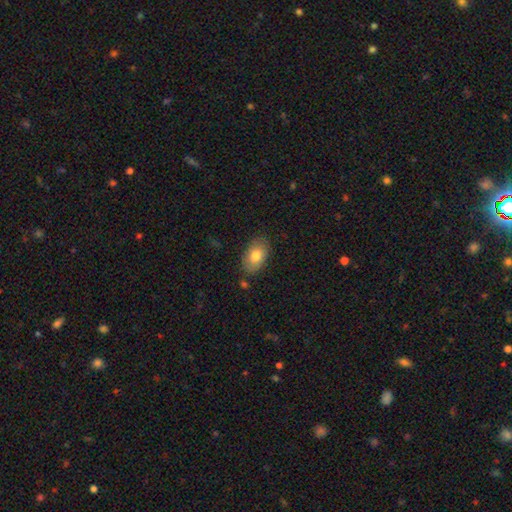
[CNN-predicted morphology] Smooth or featured?
  - smooth: 78% *
  - featured or disk: 15%
  - star or artifact: 7%
How rounded?
  - in between: 90% *
  - round: 9%
  - cigar-shaped: 1%
Merging?
  - none: 81% *
  - minor disturbance: 14%
  - major disturbance: 3%
  - merger: 3%